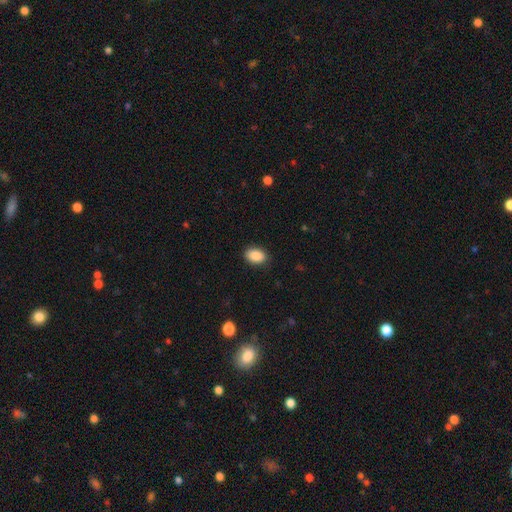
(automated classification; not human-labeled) This appears to be a smooth galaxy with no disk features (90%) that is in between round and cigar-shaped (88%). Merging: none (88%).